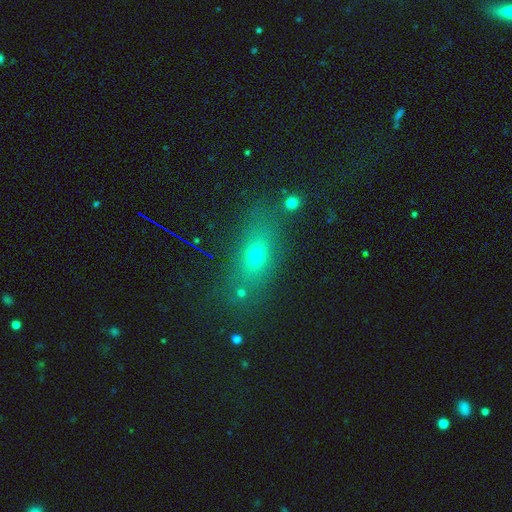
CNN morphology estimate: smooth 61%, star or artifact 23%, featured or disk 17%. Down the decision tree: how rounded — in between (59%); merging — none (73%).